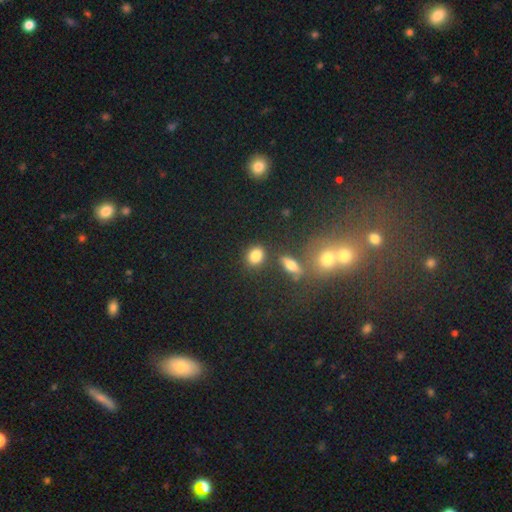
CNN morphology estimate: This is clearly a smooth galaxy (82%). How rounded: possibly in between (49%). Merging: likely none (76%).